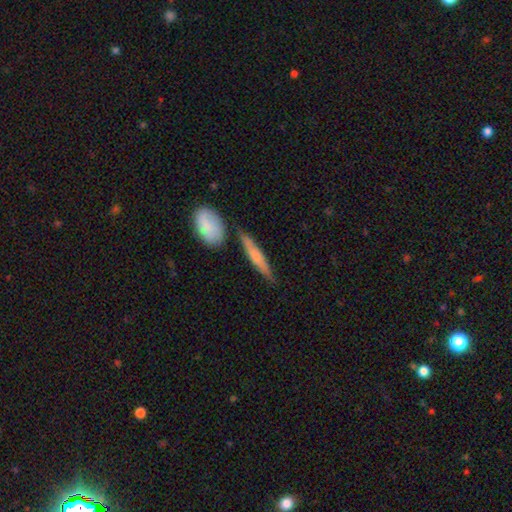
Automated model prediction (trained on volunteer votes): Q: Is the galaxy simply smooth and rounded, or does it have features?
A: smooth — 60%.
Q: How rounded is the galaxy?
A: cigar-shaped — 84%.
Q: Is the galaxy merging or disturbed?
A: none — 71%.